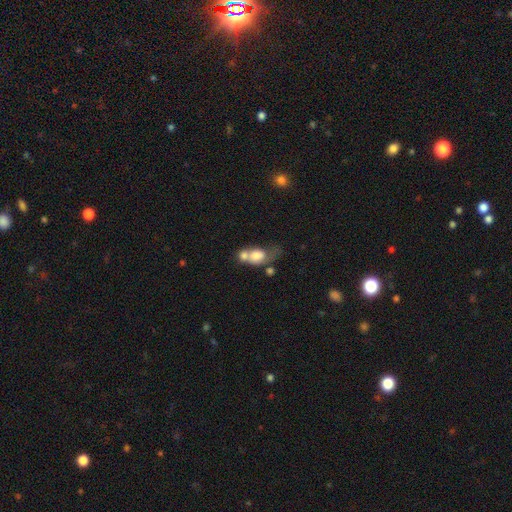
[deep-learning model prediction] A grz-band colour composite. It shows a smooth galaxy with no disk features (69%) that is in between round and cigar-shaped (59%). Merging: merger (65%).